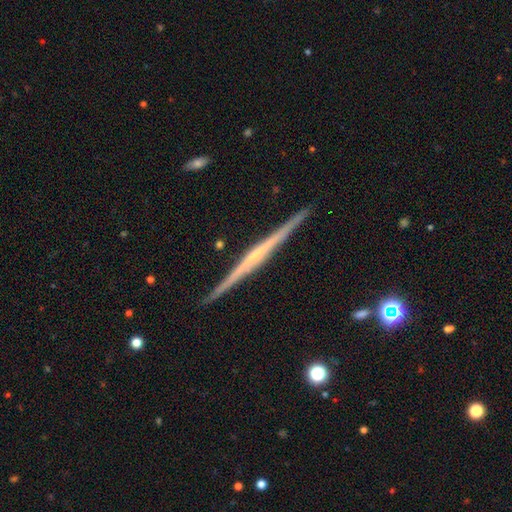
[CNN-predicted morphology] smooth-or-featured: featured or disk: 81% | smooth: 14% | star or artifact: 5%
  disk-edge-on: yes: 98% | no: 2%
    edge-on-bulge: none: 50% | rounded: 38% | boxy: 12%
  merging: none: 91% | minor disturbance: 6% | major disturbance: 1% | merger: 1%